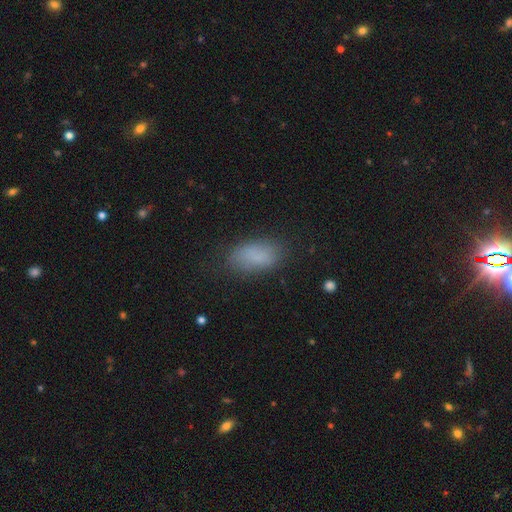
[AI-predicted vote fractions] Smooth or featured? Predicted: smooth (p=0.82). How rounded? Predicted: in between (p=0.91). Merging? Predicted: none (p=0.75).